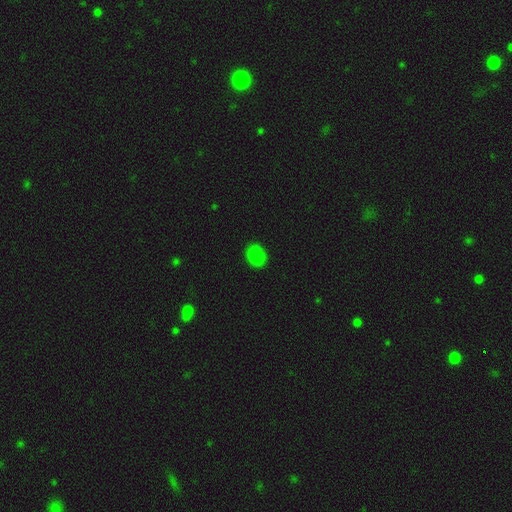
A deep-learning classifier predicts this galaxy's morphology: A smooth galaxy with no disk features (85%) that is in between round and cigar-shaped (52%). Merging: none (88%).